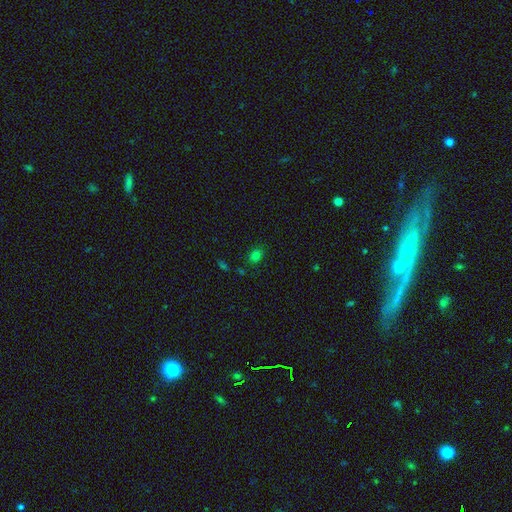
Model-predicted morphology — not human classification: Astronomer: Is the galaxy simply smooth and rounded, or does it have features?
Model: smooth — 77%.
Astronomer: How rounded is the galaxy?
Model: in between — 51% (runner-up: round, 48%).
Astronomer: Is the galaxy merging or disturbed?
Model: none — 83%.